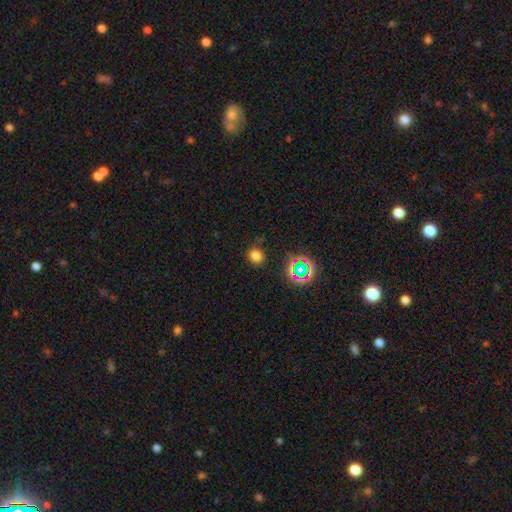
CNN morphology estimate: This appears to be a smooth galaxy with no disk features (74%) that is round (88%). Merging: none (86%).